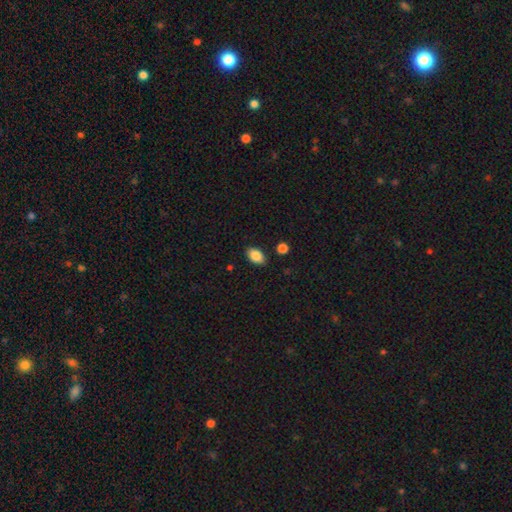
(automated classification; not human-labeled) This is clearly a smooth galaxy (87%). How rounded: clearly in between (90%). Merging: clearly none (86%).